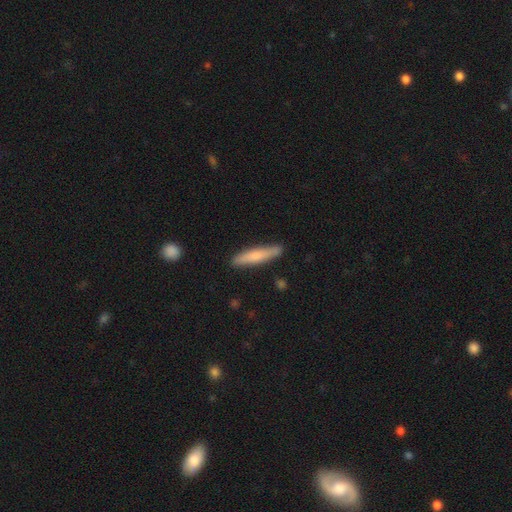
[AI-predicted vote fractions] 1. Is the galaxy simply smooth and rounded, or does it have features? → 70% smooth, 25% featured or disk, 5% star or artifact.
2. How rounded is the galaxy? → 90% cigar-shaped, 9% in between, 1% round.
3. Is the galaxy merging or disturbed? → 86% none, 11% minor disturbance, 2% major disturbance, 2% merger.